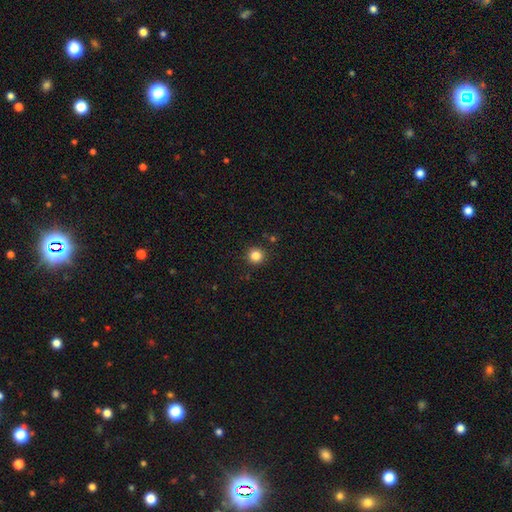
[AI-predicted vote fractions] Morphology: type=smooth (84%); roundness=round (95%); merging=none (91%).